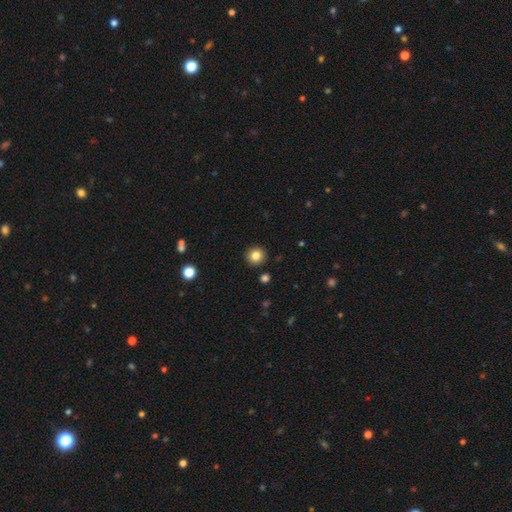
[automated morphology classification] Smooth or featured? Predicted: smooth (p=0.83). How rounded? Predicted: round (p=0.93). Merging? Predicted: none (p=0.92).